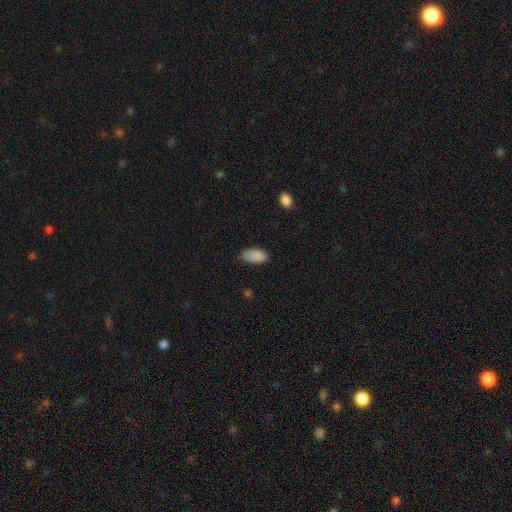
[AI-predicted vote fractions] smooth 88%, star or artifact 7%, featured or disk 5%. Down the decision tree: how rounded — in between (93%); merging — none (69%).